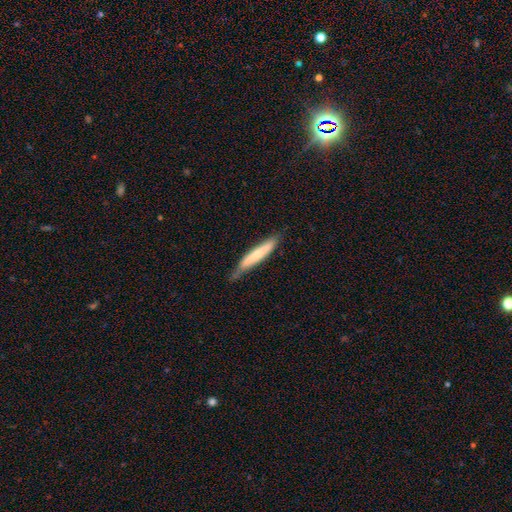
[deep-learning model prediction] A smooth galaxy with no disk features (57%) that is cigar-shaped (91%). Merging: none (68%).